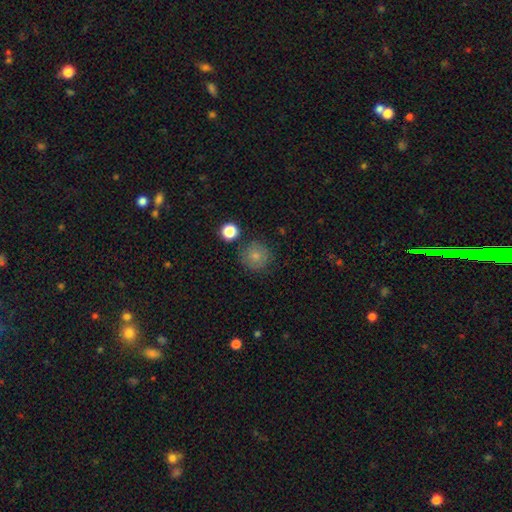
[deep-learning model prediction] This is likely a smooth galaxy (77%). How rounded: clearly round (94%). Merging: clearly none (81%).